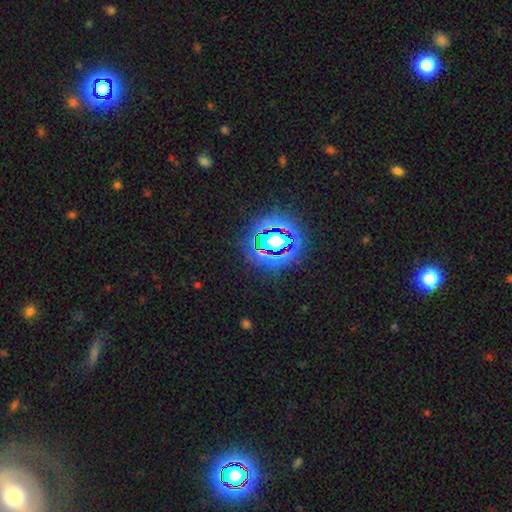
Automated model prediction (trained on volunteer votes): Smooth or featured: star or artifact — 79% (smooth — 13%)